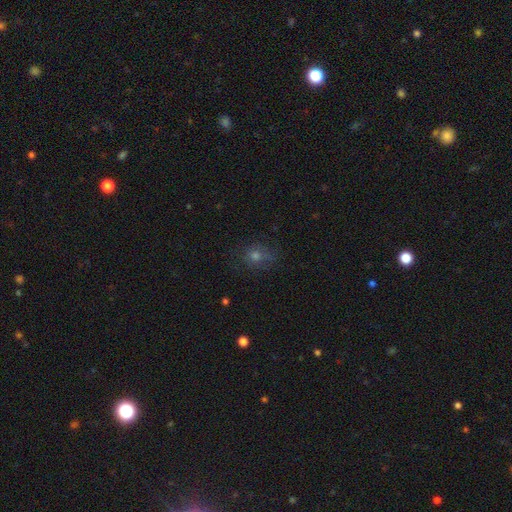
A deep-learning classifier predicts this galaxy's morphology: This appears to be a smooth galaxy with no disk features (58%) that is round (66%). Merging: none (71%).